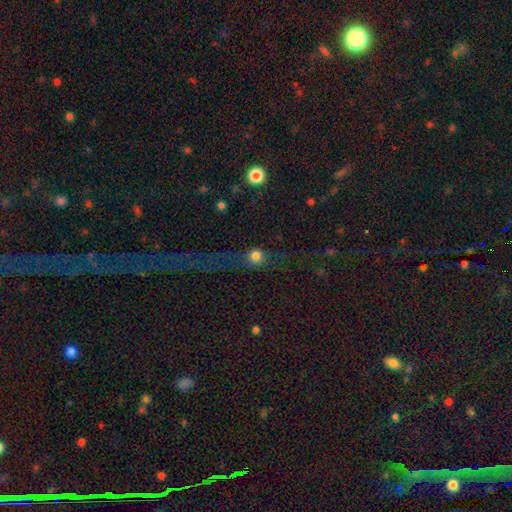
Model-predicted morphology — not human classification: Smooth or featured: smooth — 68% (star or artifact — 18%)
How rounded: round — 81% (in between — 14%)
Merging: none — 52% (major disturbance — 24%)